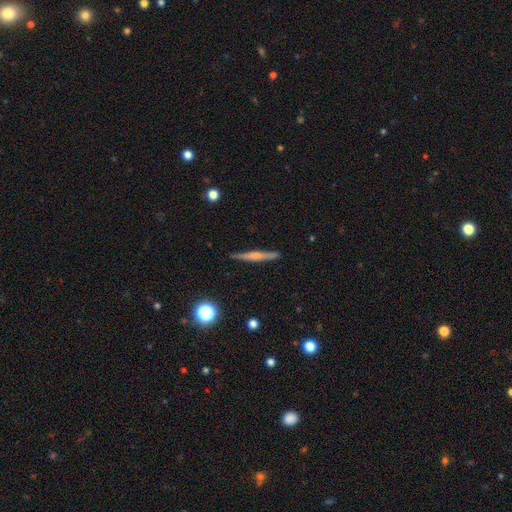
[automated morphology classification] featured or disk 54%, smooth 39%, star or artifact 7%. Down the decision tree: edge-on disk — yes (97%); edge-on bulge — rounded (45%); merging — none (90%).